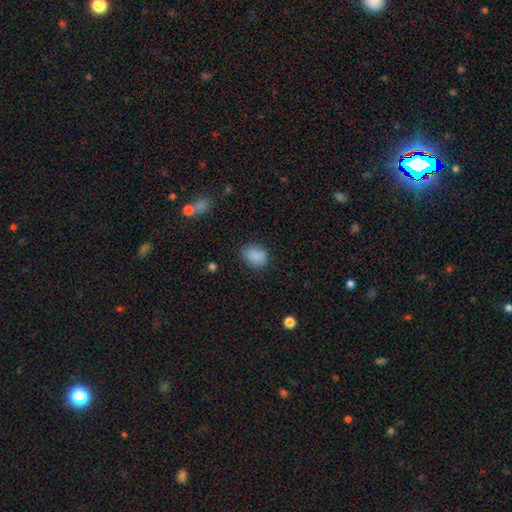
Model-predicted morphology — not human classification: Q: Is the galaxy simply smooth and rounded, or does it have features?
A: smooth — 86%.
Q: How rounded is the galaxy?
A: in between — 68%.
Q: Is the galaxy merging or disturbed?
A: none — 75%.